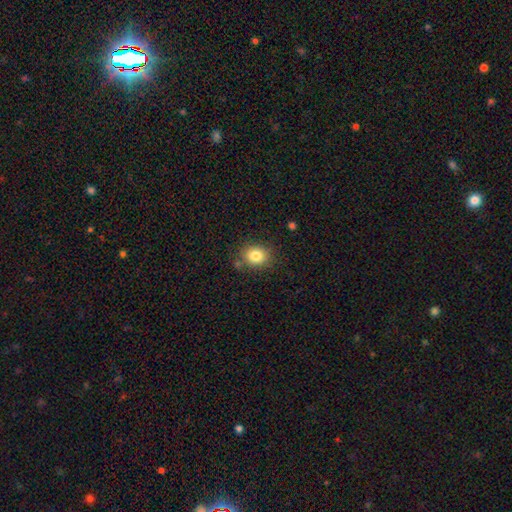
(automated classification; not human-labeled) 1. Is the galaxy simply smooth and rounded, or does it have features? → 82% smooth, 11% star or artifact, 7% featured or disk.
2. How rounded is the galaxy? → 63% round, 36% in between, 1% cigar-shaped.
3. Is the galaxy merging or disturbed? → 80% none, 12% minor disturbance, 4% merger, 3% major disturbance.